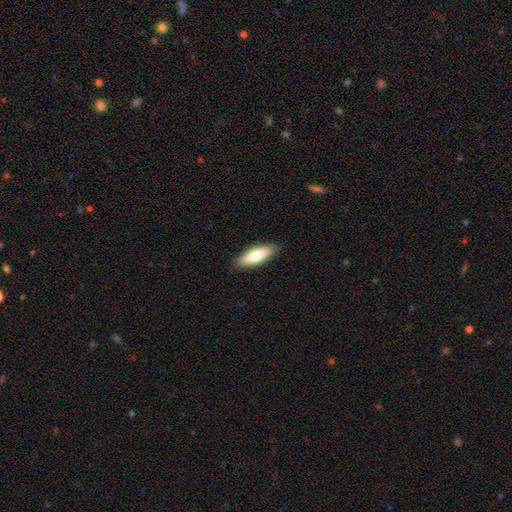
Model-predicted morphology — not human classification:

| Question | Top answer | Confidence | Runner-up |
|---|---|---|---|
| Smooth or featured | smooth | 77% | featured or disk (17%) |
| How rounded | in between | 60% | cigar-shaped (38%) |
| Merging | none | 89% | minor disturbance (9%) |